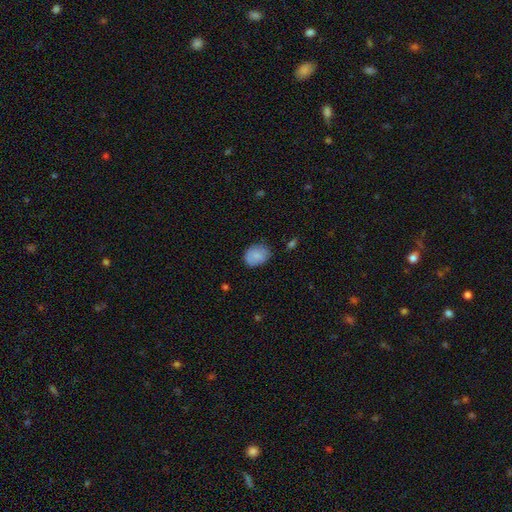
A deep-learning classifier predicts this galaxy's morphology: This appears to be a smooth galaxy with no disk features (82%) that is in between round and cigar-shaped (54%). Merging: none (71%).